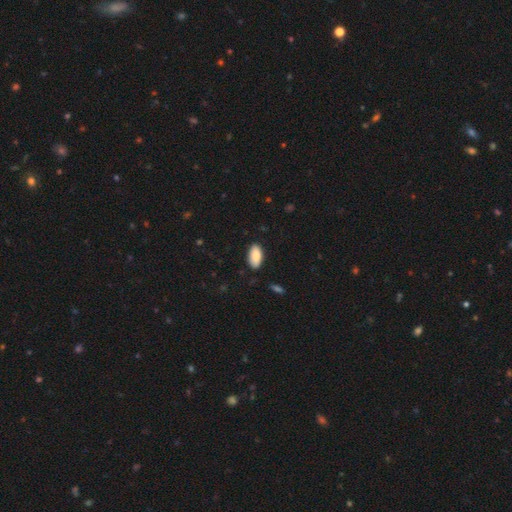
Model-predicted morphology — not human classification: Overall: smooth (86%). How rounded: in between (93%). Merging: none (86%).